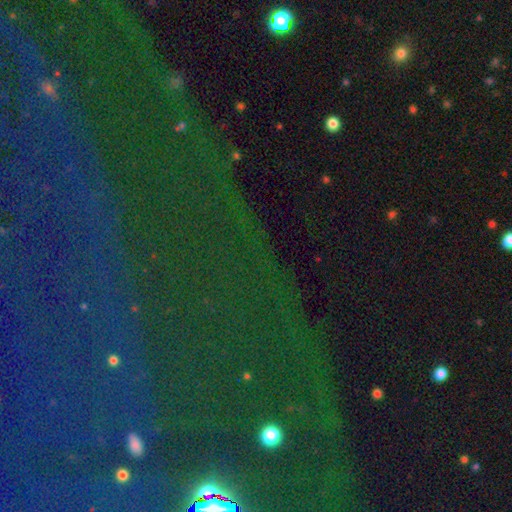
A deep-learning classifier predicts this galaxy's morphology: smooth-or-featured: star or artifact: 81% | smooth: 10% | featured or disk: 9%